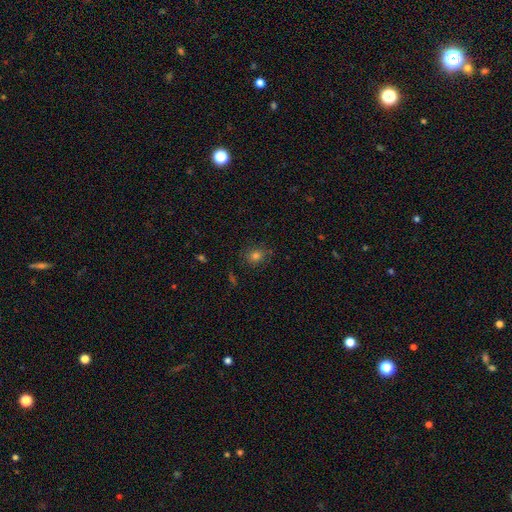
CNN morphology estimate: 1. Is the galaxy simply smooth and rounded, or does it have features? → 74% smooth, 17% star or artifact, 9% featured or disk.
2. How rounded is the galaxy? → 71% round, 28% in between, 1% cigar-shaped.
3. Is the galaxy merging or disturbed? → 79% none, 15% minor disturbance, 4% major disturbance, 2% merger.